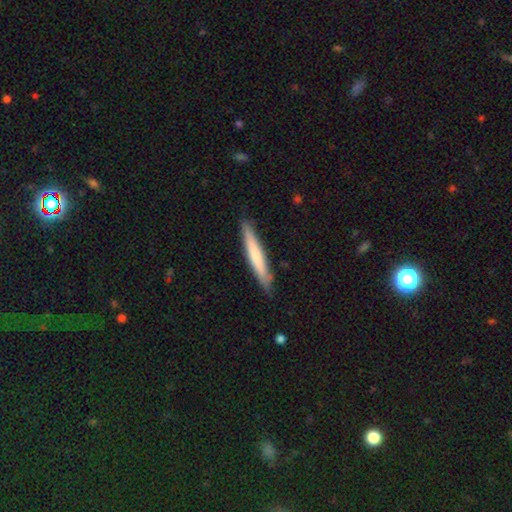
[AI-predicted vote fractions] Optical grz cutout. It shows a smooth galaxy with no disk features (65%) that is cigar-shaped (95%). Merging: none (85%).